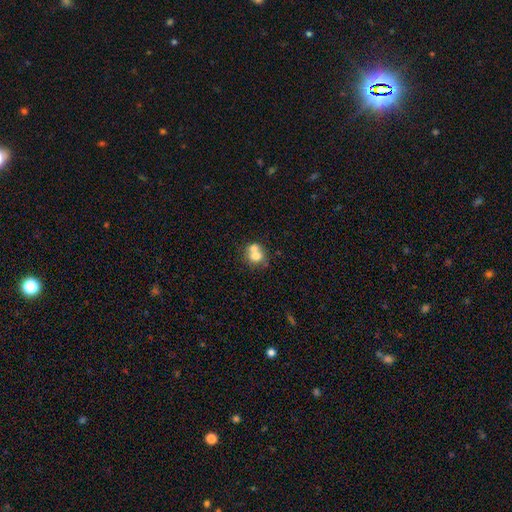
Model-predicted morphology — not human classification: The model was most divided on "merging": merger: 59%, none: 31%, minor disturbance: 7%, major disturbance: 3%. More confident: how rounded — round (74%); smooth or featured — smooth (69%).